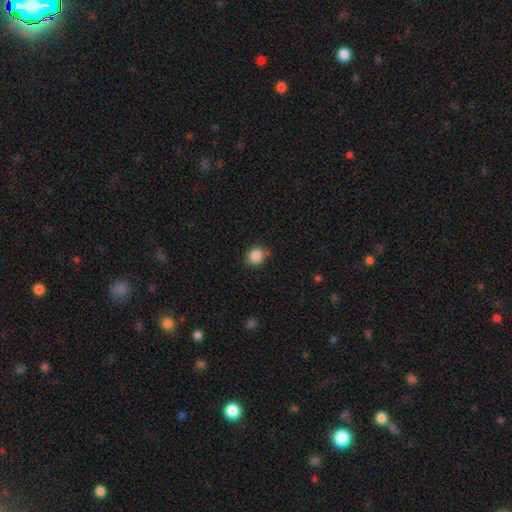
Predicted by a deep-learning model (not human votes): smooth 87%, star or artifact 9%, featured or disk 3%. Down the decision tree: how rounded — round (70%); merging — none (78%).